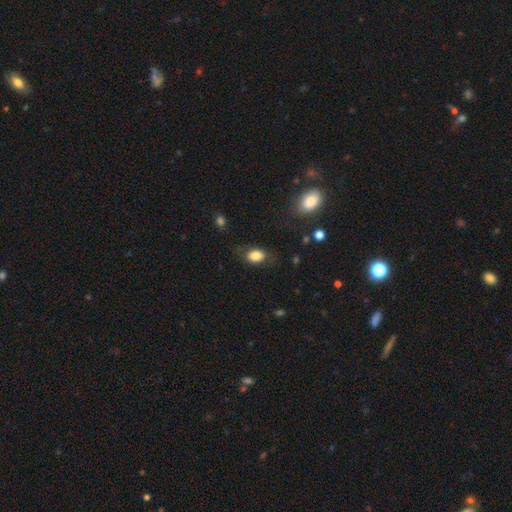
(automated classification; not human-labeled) This appears to be a smooth galaxy with no disk features (81%) that is in between round and cigar-shaped (82%). Merging: none (74%).